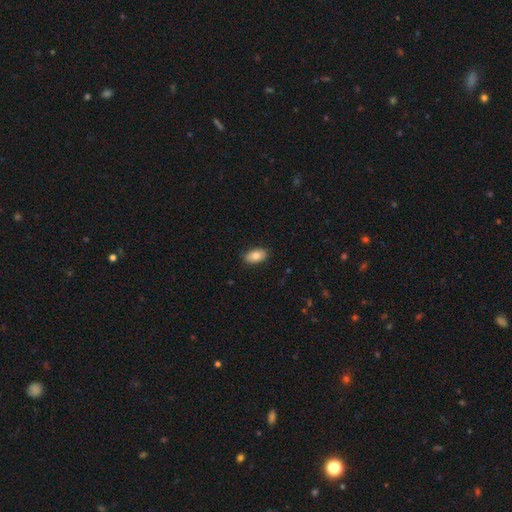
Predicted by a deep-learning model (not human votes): smooth_or_featured: smooth (p=0.82) [alt: featured or disk p=0.11]
how_rounded: in between (p=0.92) [alt: round p=0.05]
merging: none (p=0.87) [alt: minor disturbance p=0.10]